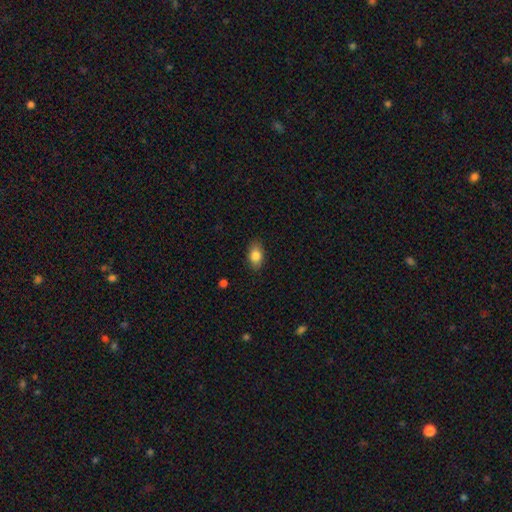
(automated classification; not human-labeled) Morphology: type=smooth (83%); roundness=in between (87%); merging=none (86%).